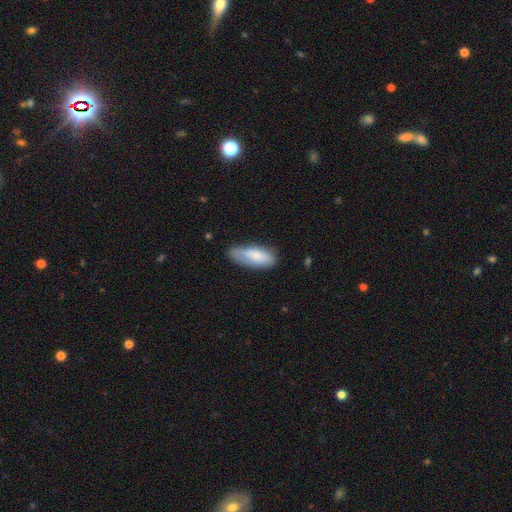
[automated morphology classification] This is likely a smooth galaxy (74%). How rounded: likely in between (75%). Merging: likely none (62%).